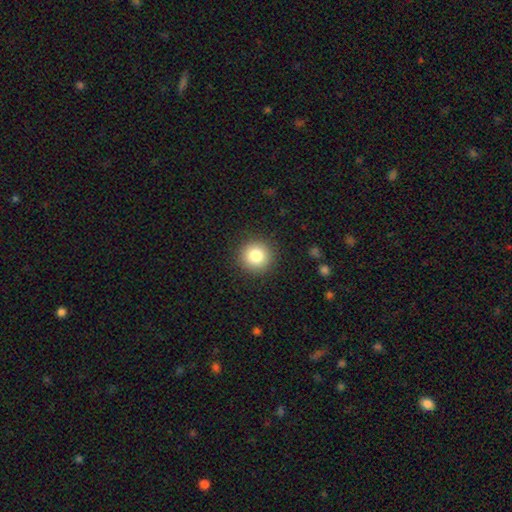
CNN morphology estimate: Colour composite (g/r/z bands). It shows a smooth galaxy with no disk features (83%) that is round (95%). Merging: none (91%).